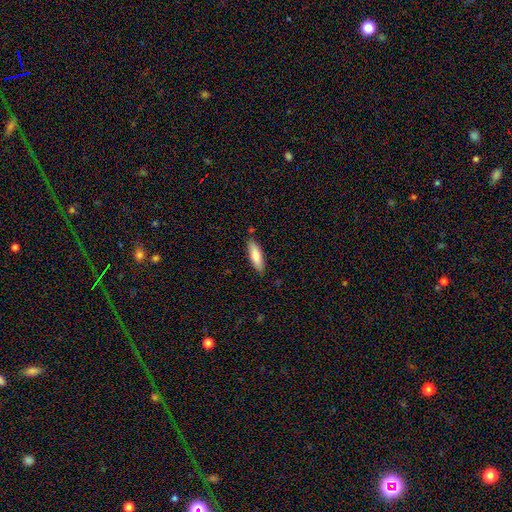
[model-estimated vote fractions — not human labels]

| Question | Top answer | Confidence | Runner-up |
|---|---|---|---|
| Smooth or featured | smooth | 79% | featured or disk (16%) |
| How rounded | in between | 51% | cigar-shaped (48%) |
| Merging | none | 84% | minor disturbance (12%) |